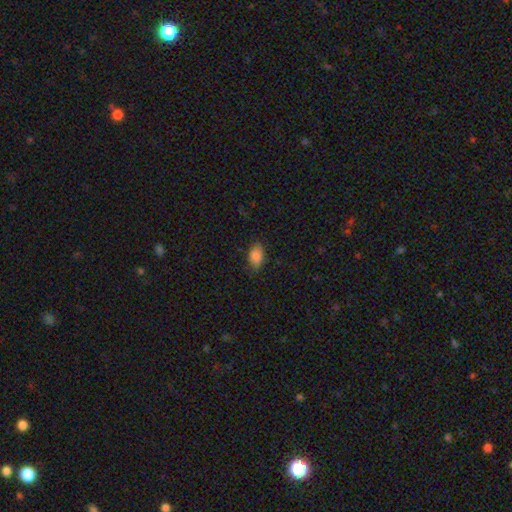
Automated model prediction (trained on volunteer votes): The model was most divided on "merging": none: 80%, minor disturbance: 16%, major disturbance: 3%, merger: 1%. More confident: how rounded — in between (90%); smooth or featured — smooth (86%).